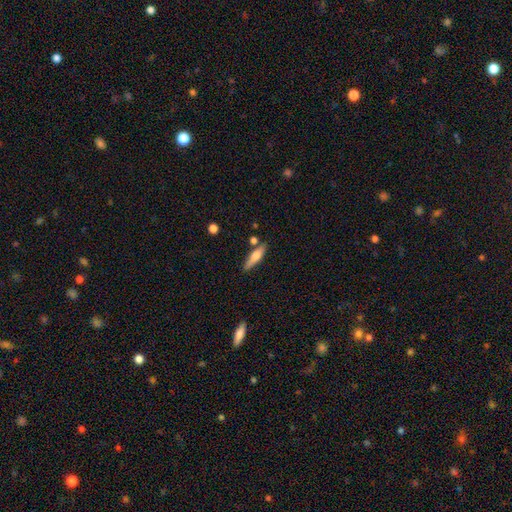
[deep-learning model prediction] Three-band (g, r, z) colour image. It shows a smooth galaxy with no disk features (64%) that is cigar-shaped (69%). Merging: none (74%).